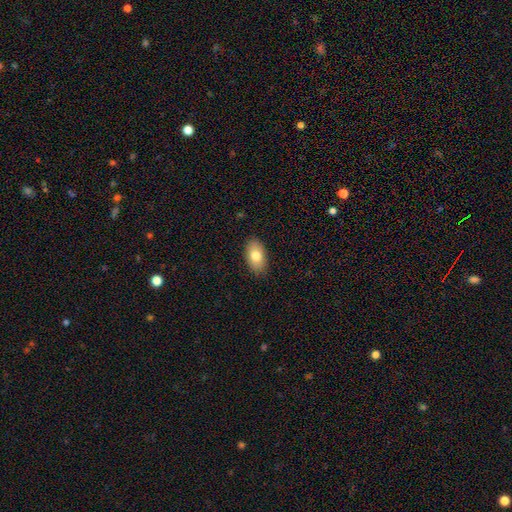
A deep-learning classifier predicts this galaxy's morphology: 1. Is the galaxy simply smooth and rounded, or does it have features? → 79% smooth, 14% featured or disk, 7% star or artifact.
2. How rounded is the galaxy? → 93% in between, 5% round, 2% cigar-shaped.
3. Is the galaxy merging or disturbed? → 87% none, 10% minor disturbance, 2% major disturbance, 1% merger.